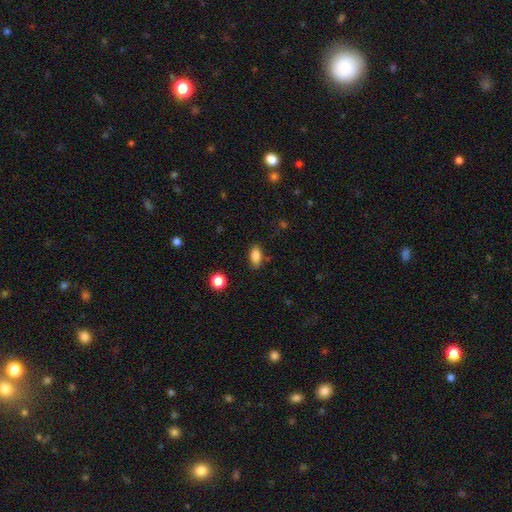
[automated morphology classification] The model was most divided on "merging": none: 82%, minor disturbance: 13%, major disturbance: 3%, merger: 3%. More confident: how rounded — in between (88%); smooth or featured — smooth (85%).